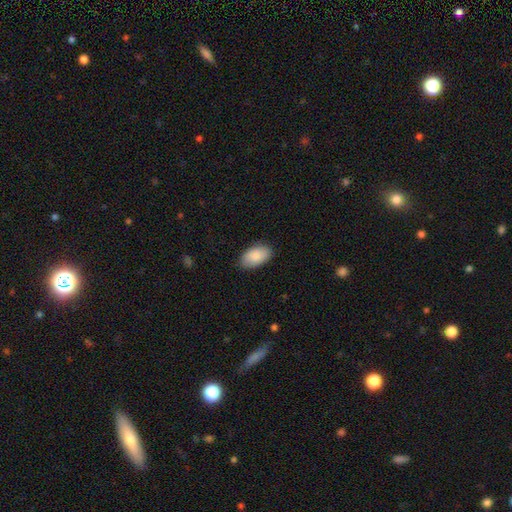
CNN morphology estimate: Smooth or featured? Predicted: smooth (p=0.87). How rounded? Predicted: in between (p=0.95). Merging? Predicted: none (p=0.85).